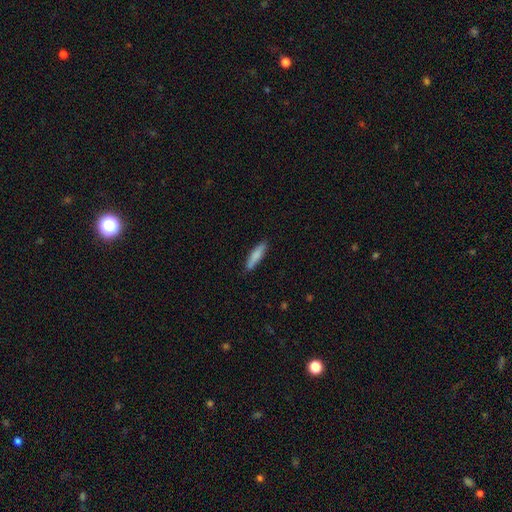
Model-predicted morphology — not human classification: smooth_or_featured: smooth (p=0.80) [alt: featured or disk p=0.14]
how_rounded: cigar-shaped (p=0.78) [alt: in between p=0.21]
merging: none (p=0.86) [alt: minor disturbance p=0.10]